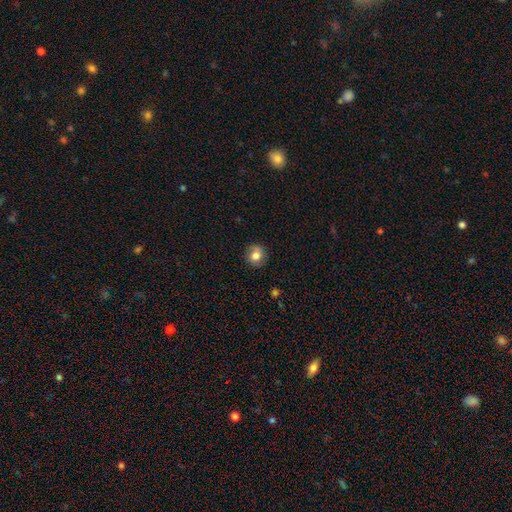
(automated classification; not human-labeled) A smooth galaxy with no disk features (71%) that is round (83%). Merging: none (82%).